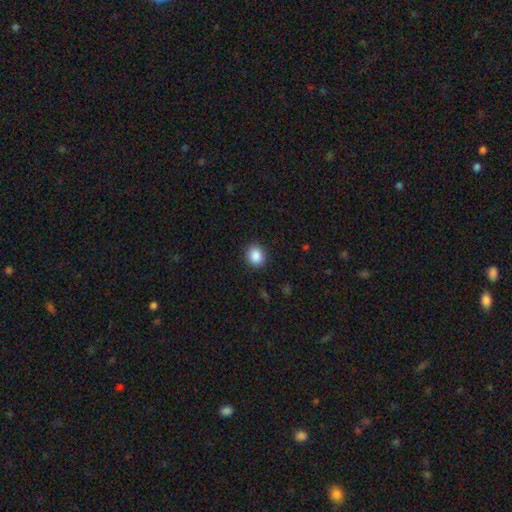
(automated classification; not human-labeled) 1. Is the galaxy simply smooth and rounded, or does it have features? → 88% smooth, 9% star or artifact, 3% featured or disk.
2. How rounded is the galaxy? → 69% round, 30% in between, 1% cigar-shaped.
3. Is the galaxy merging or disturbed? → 89% none, 7% minor disturbance, 2% major disturbance, 1% merger.